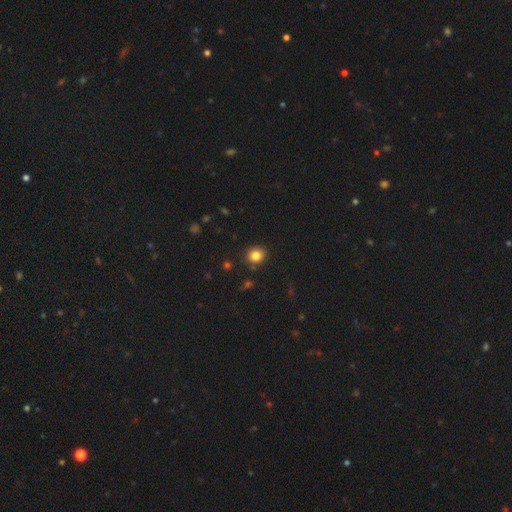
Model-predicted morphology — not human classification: This appears to be a smooth galaxy with no disk features (83%) that is round (79%). Merging: none (88%).